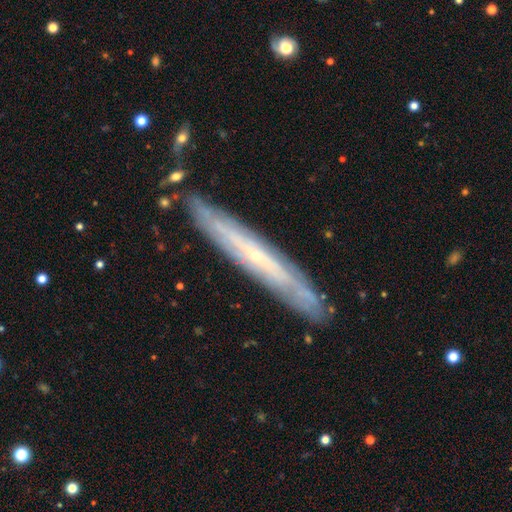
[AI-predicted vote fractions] smooth_or_featured: featured or disk (p=0.73) [alt: smooth p=0.21]
disk_edge_on: yes (p=0.74) [alt: no p=0.26]
edge_on_bulge: none (p=0.57) [alt: rounded p=0.40]
merging: none (p=0.85) [alt: minor disturbance p=0.11]